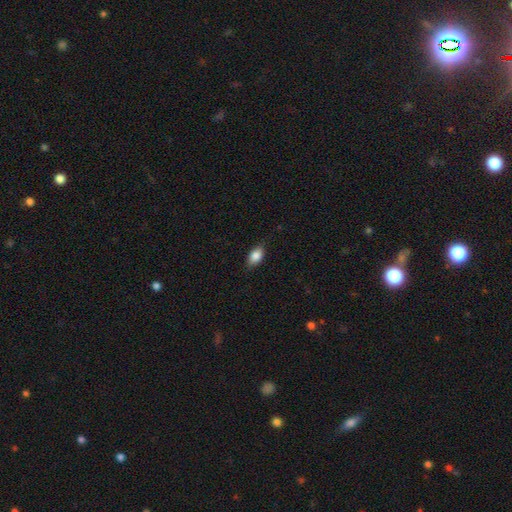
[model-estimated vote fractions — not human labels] Smooth or featured? Predicted: smooth (p=0.83). How rounded? Predicted: in between (p=0.88). Merging? Predicted: none (p=0.81).